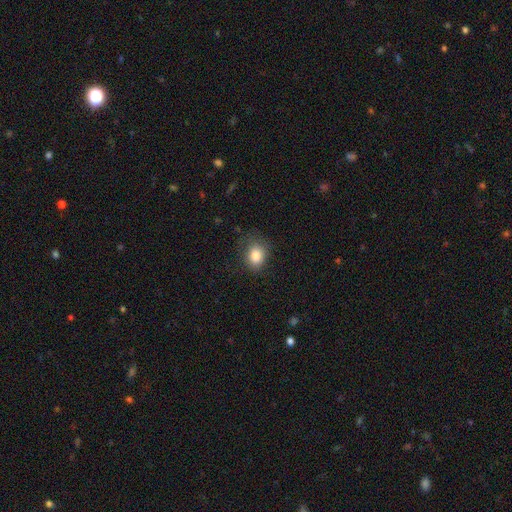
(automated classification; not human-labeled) smooth 82%, star or artifact 10%, featured or disk 7%. Down the decision tree: how rounded — round (53%); merging — none (75%).